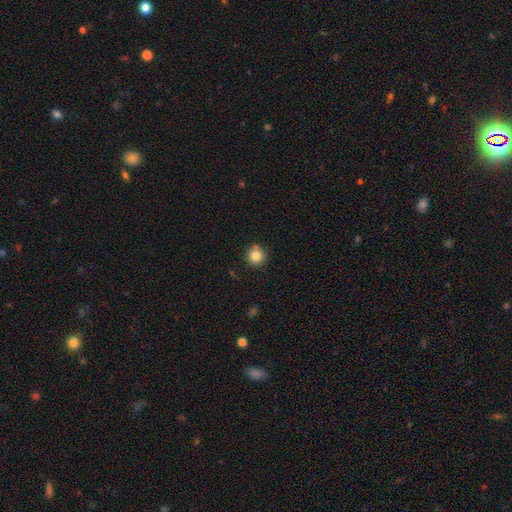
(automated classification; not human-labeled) This is clearly a smooth galaxy (83%). How rounded: clearly round (93%). Merging: clearly none (82%).